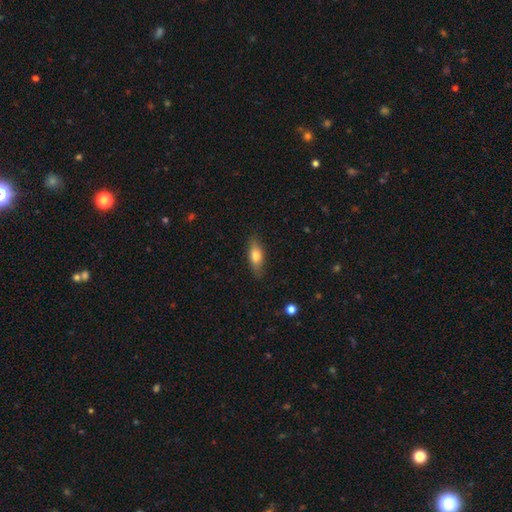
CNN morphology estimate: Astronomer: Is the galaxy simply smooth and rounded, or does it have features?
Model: smooth — 73%.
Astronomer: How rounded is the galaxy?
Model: in between — 68%.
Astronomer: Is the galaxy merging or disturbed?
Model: none — 84%.